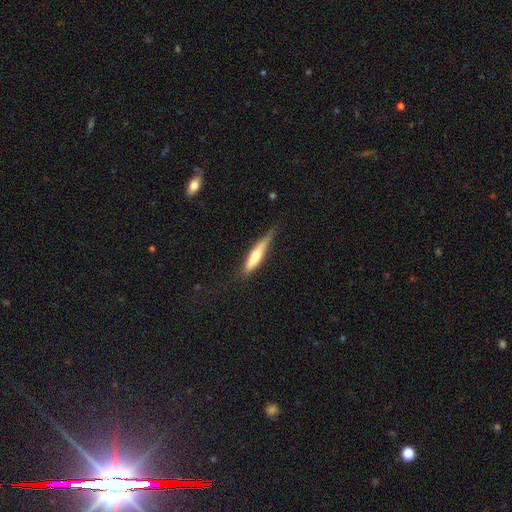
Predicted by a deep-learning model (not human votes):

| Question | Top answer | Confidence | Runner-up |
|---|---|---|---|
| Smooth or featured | smooth | 53% | featured or disk (41%) |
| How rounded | cigar-shaped | 82% | in between (16%) |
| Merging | none | 59% | minor disturbance (30%) |